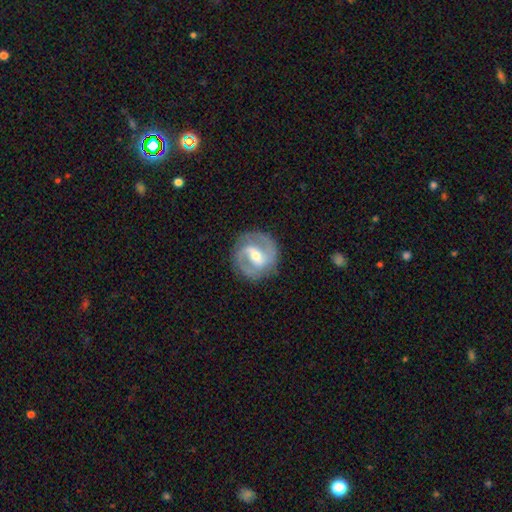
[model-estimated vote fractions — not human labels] This is clearly a featured or disk galaxy (83%). It is clearly not viewed edge-on (97%). Bar: marginally weak (43%). Spiral arm pattern: clearly yes (91%). Spiral arm count: clearly 2 (88%). Spiral winding: possibly medium (49%). Central bulge: likely moderate (61%). Merging: clearly none (84%).